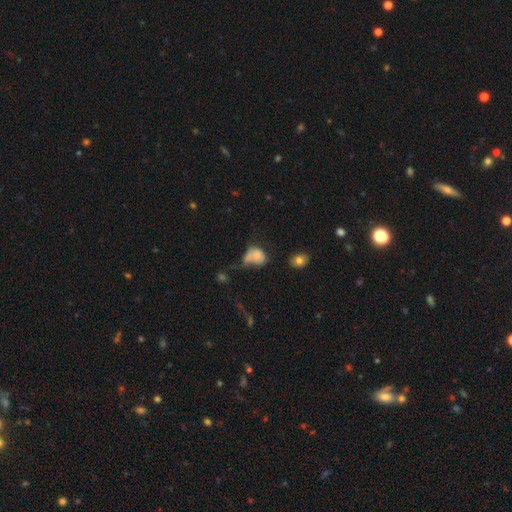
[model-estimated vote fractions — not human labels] Morphology: type=smooth (67%); roundness=in between (57%); merging=major disturbance (29%).